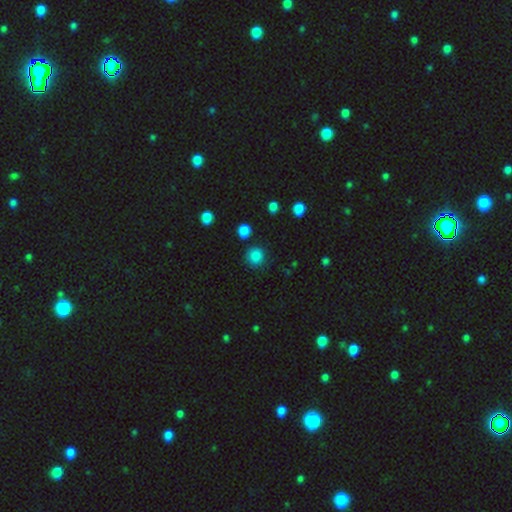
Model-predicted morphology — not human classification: A smooth galaxy with no disk features (84%) that is round (88%). Merging: none (81%).